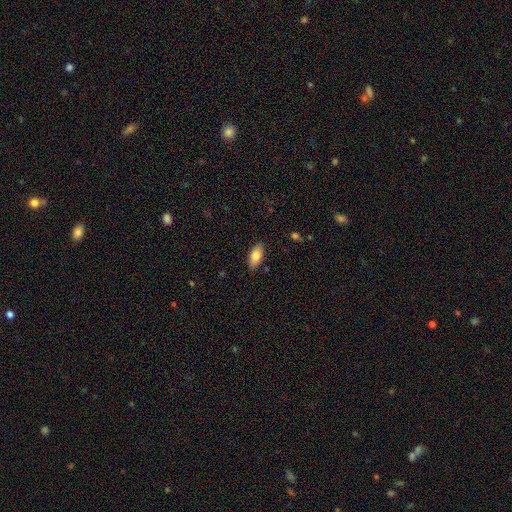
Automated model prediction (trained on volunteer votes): A smooth galaxy with no disk features (82%) that is in between round and cigar-shaped (89%).

Vote fractions:
- Smooth or featured? smooth: 82% / featured or disk: 11% / star or artifact: 7%
- How rounded? in between: 89% / cigar-shaped: 9% / round: 2%
- Merging? none: 86% / minor disturbance: 11% / major disturbance: 2% / merger: 1%